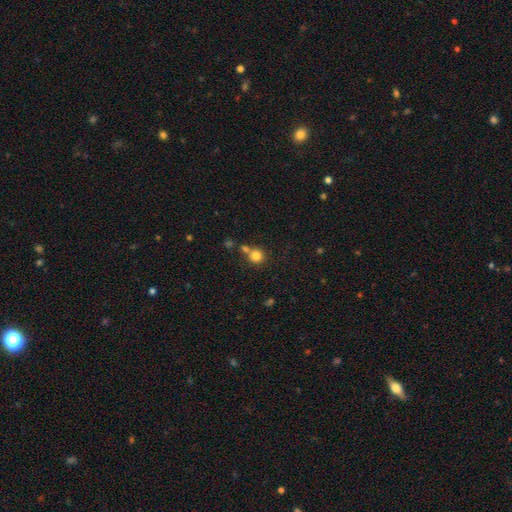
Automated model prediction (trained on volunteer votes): Overall: smooth (80%). How rounded: round (92%). Merging: none (62%; merger 26%).